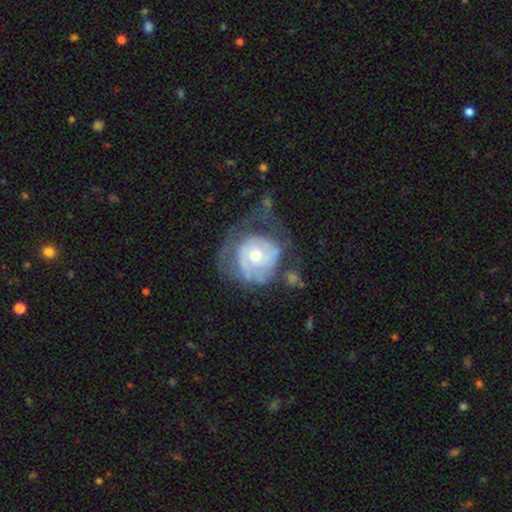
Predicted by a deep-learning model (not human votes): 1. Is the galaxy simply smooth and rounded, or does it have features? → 63% featured or disk, 30% smooth, 6% star or artifact.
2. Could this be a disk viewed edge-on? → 97% no, 3% yes.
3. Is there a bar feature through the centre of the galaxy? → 81% no, 17% weak, 3% strong.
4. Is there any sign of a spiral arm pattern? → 66% yes, 34% no.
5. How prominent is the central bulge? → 58% moderate, 34% small, 6% large, 1% none, 1% dominant.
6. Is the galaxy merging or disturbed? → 40% major disturbance, 32% none, 23% minor disturbance, 5% merger.